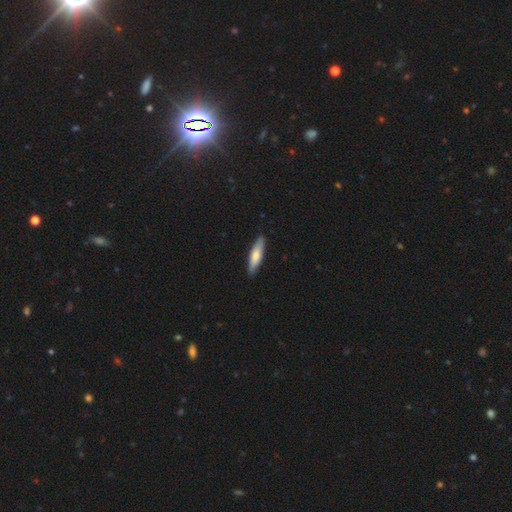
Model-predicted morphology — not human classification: smooth 71%, featured or disk 24%, star or artifact 5%. Down the decision tree: how rounded — cigar-shaped (72%); merging — none (89%).